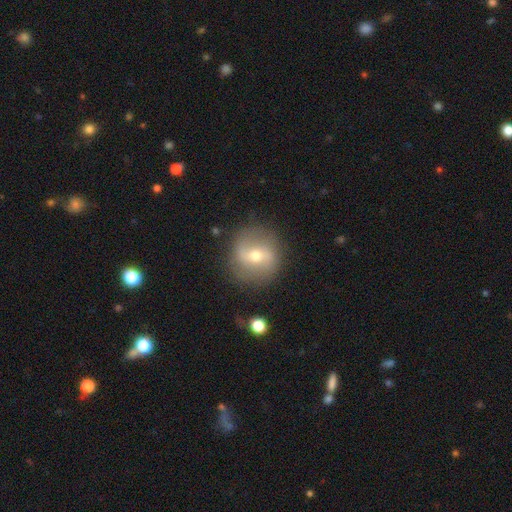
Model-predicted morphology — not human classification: Smooth or featured? Predicted: featured or disk (p=0.57). Edge-on disk? Predicted: no (p=0.94). Bar? Predicted: weak (p=0.46). Spiral arms? Predicted: yes (p=0.66). Bulge size? Predicted: moderate (p=0.63). Merging? Predicted: none (p=0.82).